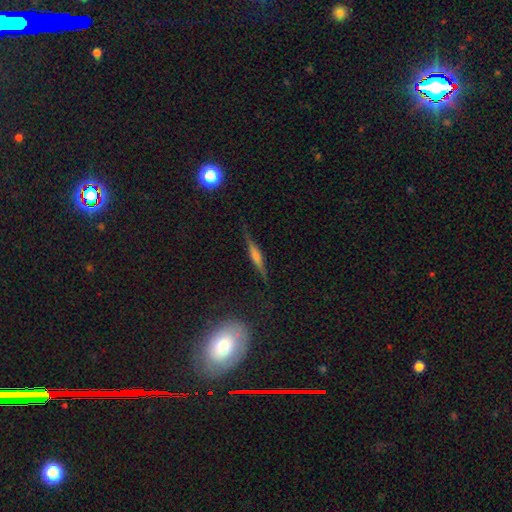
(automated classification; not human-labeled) Smooth or featured? featured or disk (66%)
Edge-on disk? yes (96%)
Edge-on bulge? rounded (61%)
Merging? none (85%)